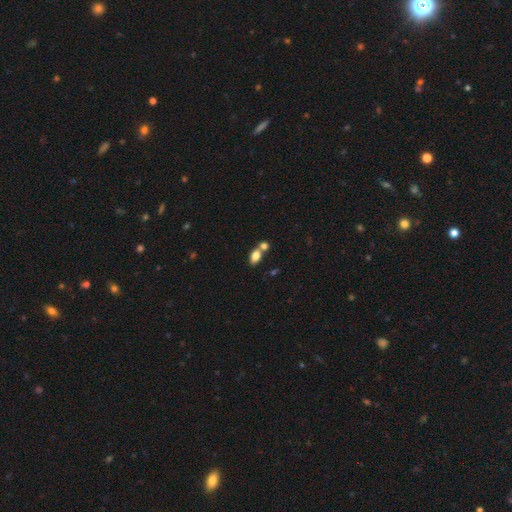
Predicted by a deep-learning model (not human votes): This is clearly a smooth galaxy (80%). How rounded: clearly in between (88%). Merging: possibly none (47%).